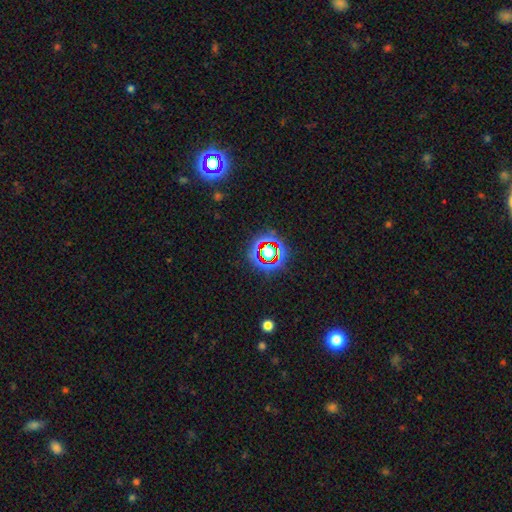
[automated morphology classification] The model was most divided on "smooth or featured": star or artifact: 69%, smooth: 18%, featured or disk: 13%.